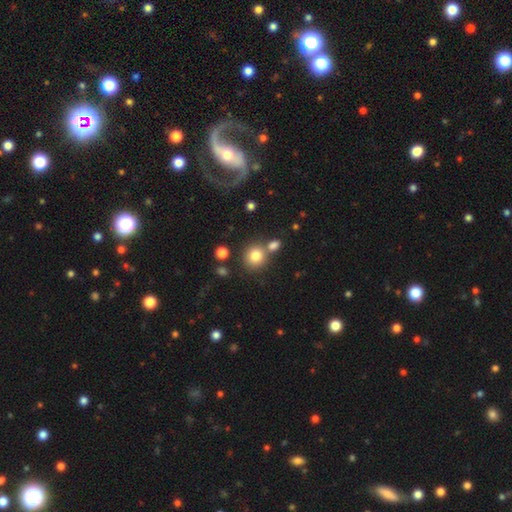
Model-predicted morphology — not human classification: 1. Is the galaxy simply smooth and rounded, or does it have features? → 80% smooth, 12% star or artifact, 8% featured or disk.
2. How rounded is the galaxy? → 86% round, 13% in between, 1% cigar-shaped.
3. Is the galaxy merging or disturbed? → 66% none, 21% merger, 9% minor disturbance, 4% major disturbance.